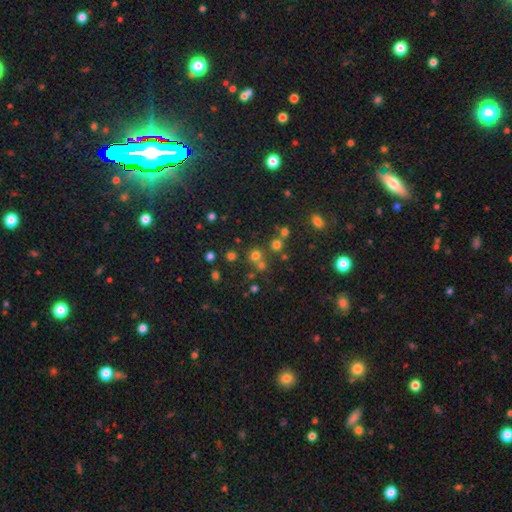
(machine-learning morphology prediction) smooth-or-featured: smooth: 63% | star or artifact: 28% | featured or disk: 9%
  how-rounded: round: 91% | in between: 8% | cigar-shaped: 1%
  merging: none: 69% | merger: 20% | minor disturbance: 7% | major disturbance: 3%